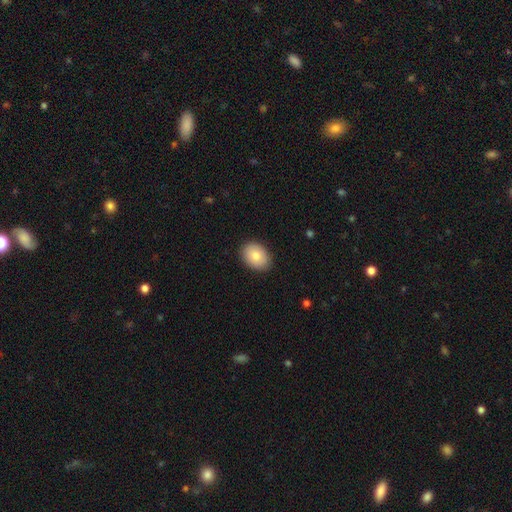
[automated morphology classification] Smooth or featured? Predicted: smooth (p=0.82). How rounded? Predicted: in between (p=0.69). Merging? Predicted: none (p=0.89).